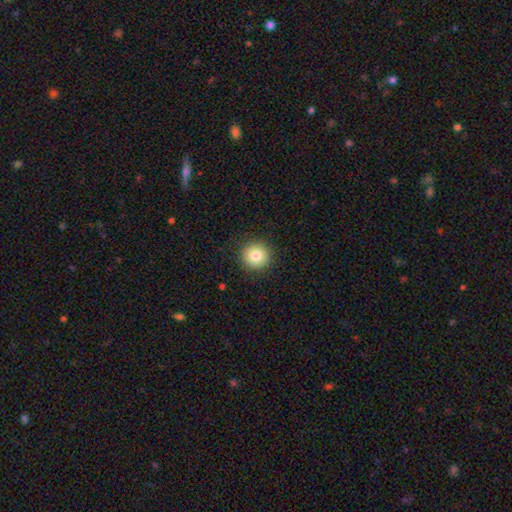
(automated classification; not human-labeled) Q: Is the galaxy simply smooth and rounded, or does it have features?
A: smooth — 82%.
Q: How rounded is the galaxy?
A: round — 95%.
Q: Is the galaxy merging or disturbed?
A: none — 92%.